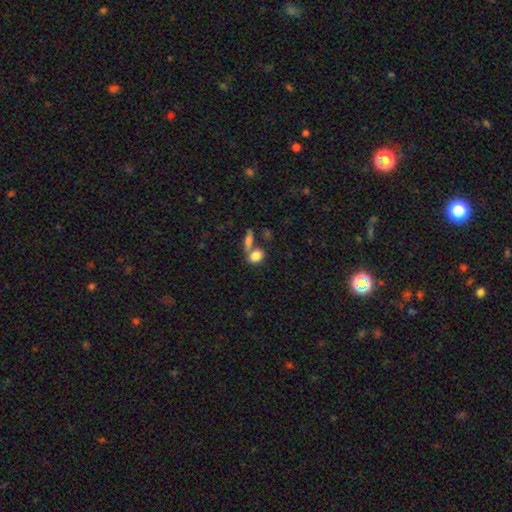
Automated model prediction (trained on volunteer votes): Smooth or featured?
  - smooth: 82% *
  - featured or disk: 9%
  - star or artifact: 9%
How rounded?
  - in between: 70% *
  - round: 26%
  - cigar-shaped: 4%
Merging?
  - none: 47% *
  - merger: 37%
  - minor disturbance: 11%
  - major disturbance: 5%